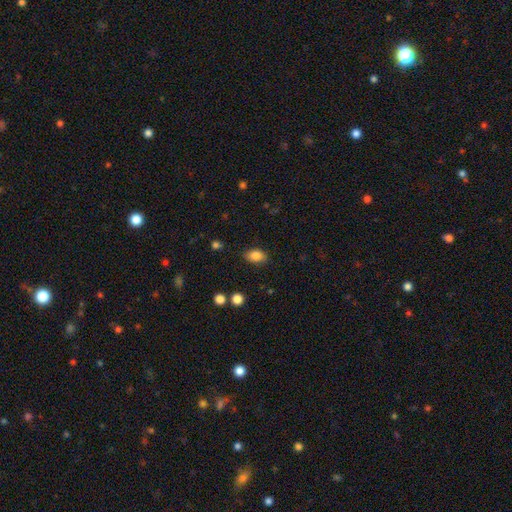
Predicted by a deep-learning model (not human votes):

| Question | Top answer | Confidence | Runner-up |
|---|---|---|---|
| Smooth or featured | smooth | 84% | star or artifact (9%) |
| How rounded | in between | 86% | round (13%) |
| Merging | none | 84% | minor disturbance (12%) |